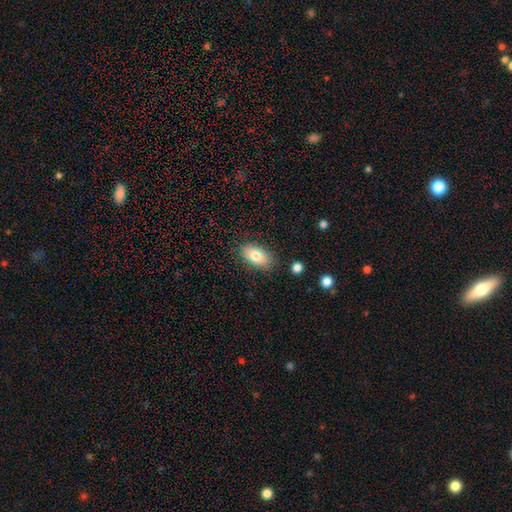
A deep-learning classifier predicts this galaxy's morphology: Smooth or featured? Predicted: smooth (p=0.78). How rounded? Predicted: in between (p=0.90). Merging? Predicted: none (p=0.83).